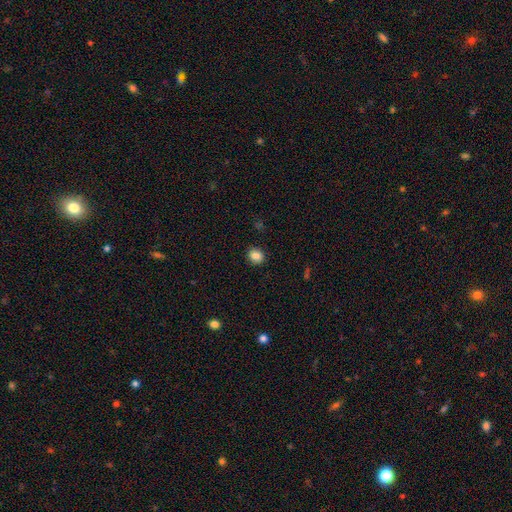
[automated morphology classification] Q: Smooth or featured?
A: smooth (86%); runner-up: star or artifact (10%)
Q: How rounded?
A: round (68%); runner-up: in between (31%)
Q: Merging?
A: none (89%); runner-up: minor disturbance (8%)